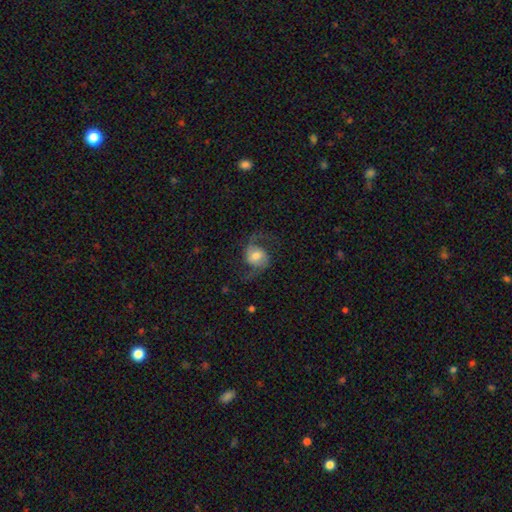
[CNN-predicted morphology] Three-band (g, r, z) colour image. It shows a featured or disk galaxy (77%) with no bar (58%), 2 (93%) loose (63%) spiral arms (95%) and a moderate central bulge (58%). Merging: none (71%).